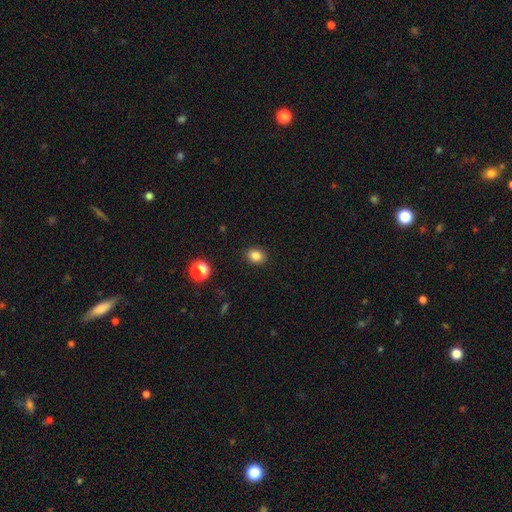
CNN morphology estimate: Smooth or featured?
  - smooth: 84% *
  - star or artifact: 11%
  - featured or disk: 5%
How rounded?
  - in between: 51% *
  - round: 49%
  - cigar-shaped: 1%
Merging?
  - none: 89% *
  - minor disturbance: 7%
  - major disturbance: 2%
  - merger: 1%